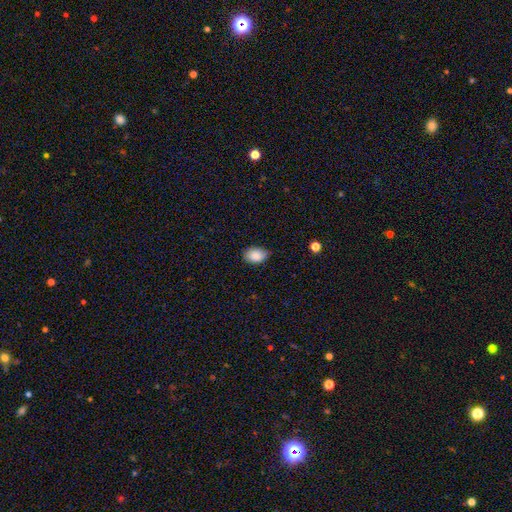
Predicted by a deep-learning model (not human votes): The model was most divided on "merging": none: 80%, minor disturbance: 17%, major disturbance: 2%, merger: 1%. More confident: smooth or featured — smooth (88%); how rounded — in between (84%).